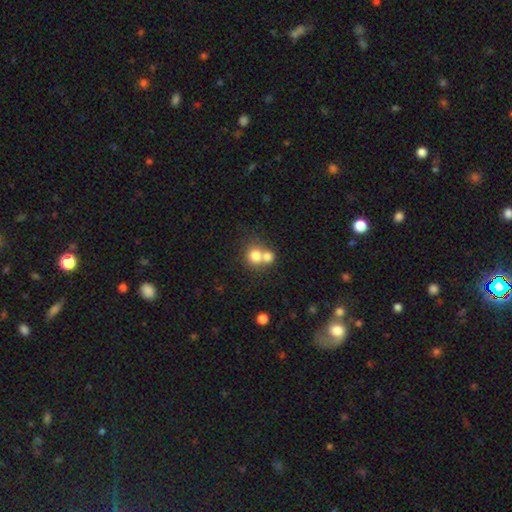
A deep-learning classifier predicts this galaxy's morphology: Smooth or featured?
  - smooth: 76% *
  - featured or disk: 14%
  - star or artifact: 11%
How rounded?
  - round: 82% *
  - in between: 17%
  - cigar-shaped: 1%
Merging?
  - merger: 59% *
  - none: 33%
  - minor disturbance: 5%
  - major disturbance: 3%